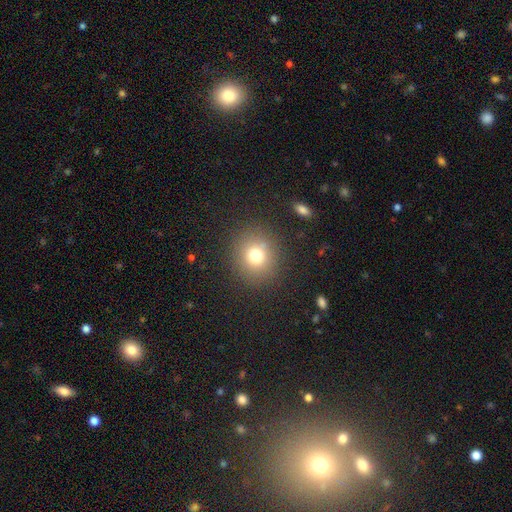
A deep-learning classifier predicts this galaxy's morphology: smooth 72%, star or artifact 16%, featured or disk 11%. Down the decision tree: how rounded — round (83%); merging — none (84%).